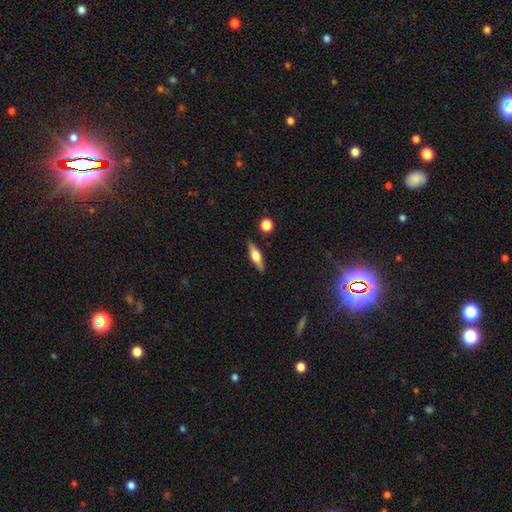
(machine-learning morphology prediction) The model was most divided on "smooth or featured": featured or disk: 54%, smooth: 39%, star or artifact: 7%. More confident: edge-on disk — yes (95%); edge-on bulge — rounded (92%); merging — none (85%).